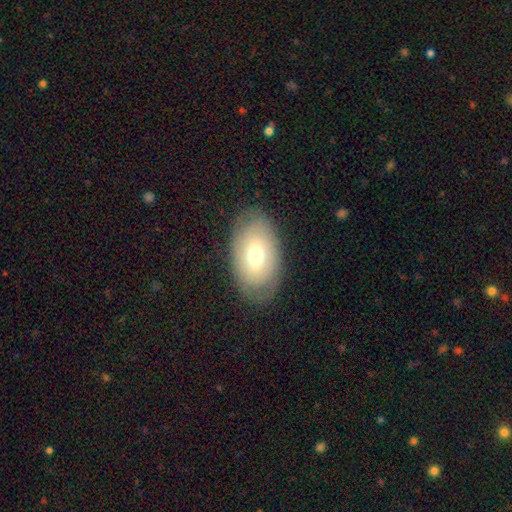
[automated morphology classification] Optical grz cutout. It shows a smooth galaxy with no disk features (61%) that is in between round and cigar-shaped (89%). Merging: none (81%).